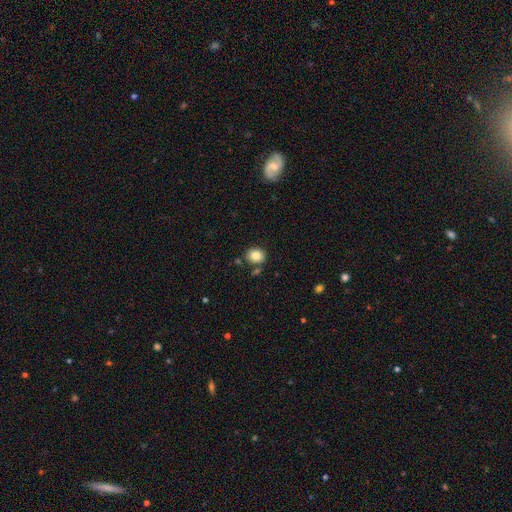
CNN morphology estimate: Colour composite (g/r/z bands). It shows a smooth galaxy with no disk features (83%) that is round (62%). Merging: none (81%).